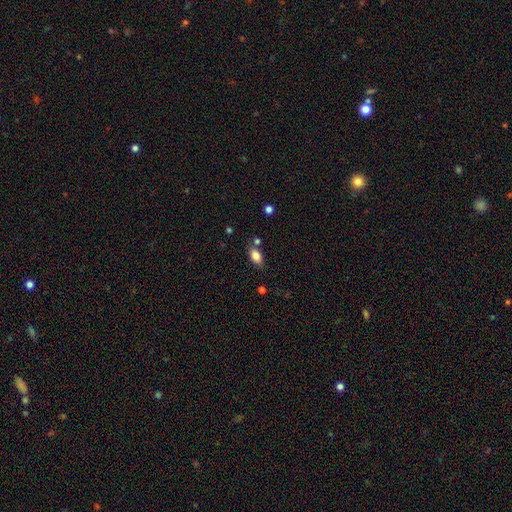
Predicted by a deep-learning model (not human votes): smooth 83%, featured or disk 9%, star or artifact 9%. Down the decision tree: how rounded — in between (88%); merging — none (72%).